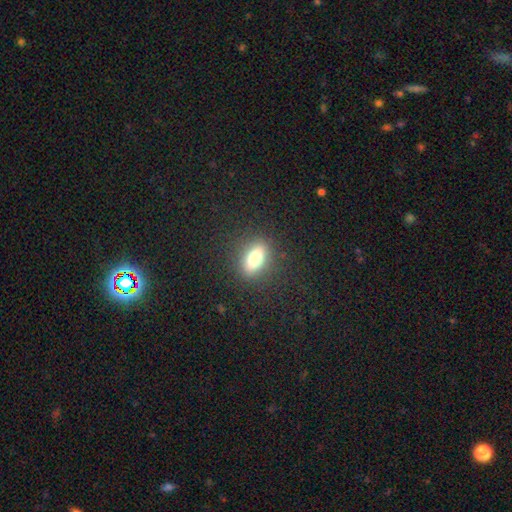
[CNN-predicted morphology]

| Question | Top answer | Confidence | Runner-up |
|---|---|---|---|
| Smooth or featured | smooth | 71% | featured or disk (18%) |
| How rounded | in between | 73% | cigar-shaped (17%) |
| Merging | none | 88% | minor disturbance (8%) |